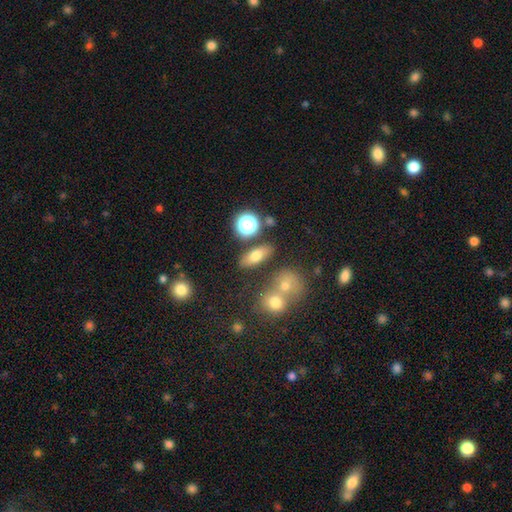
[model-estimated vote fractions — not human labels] This appears to be a smooth galaxy with no disk features (67%) that is in between round and cigar-shaped (71%). Merging: none (77%).